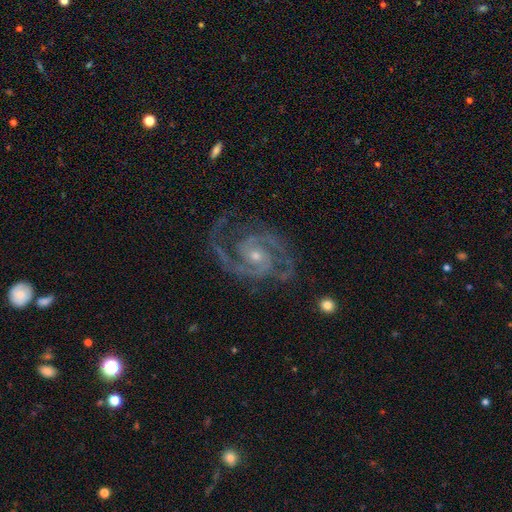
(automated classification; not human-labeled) Morphology: type=featured or disk (93%); edge-on=no (98%); bar=no (60%); spiral arms=yes (99%); winding=medium (52%); arm count=2 (83%); bulge=small (63%); merging=none (75%).